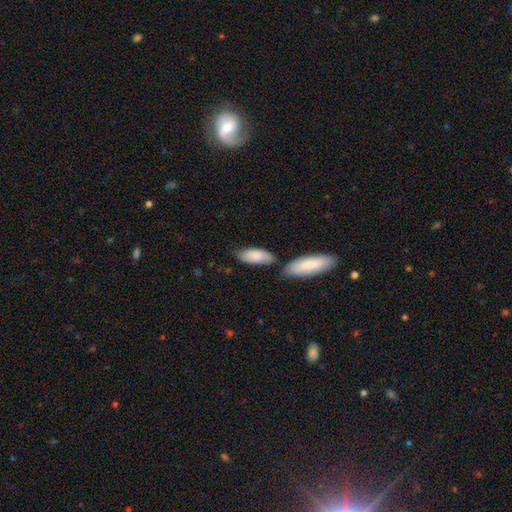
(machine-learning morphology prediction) Overall: smooth (81%). How rounded: in between (81%). Merging: none (54%; merger 22%).